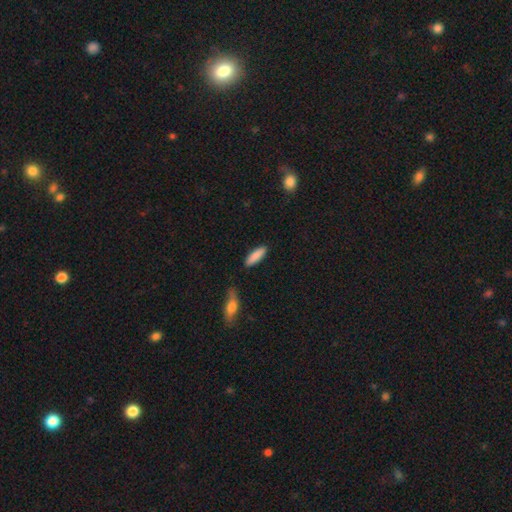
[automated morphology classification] Smooth or featured? Predicted: smooth (p=0.87). How rounded? Predicted: cigar-shaped (p=0.51). Merging? Predicted: none (p=0.86).